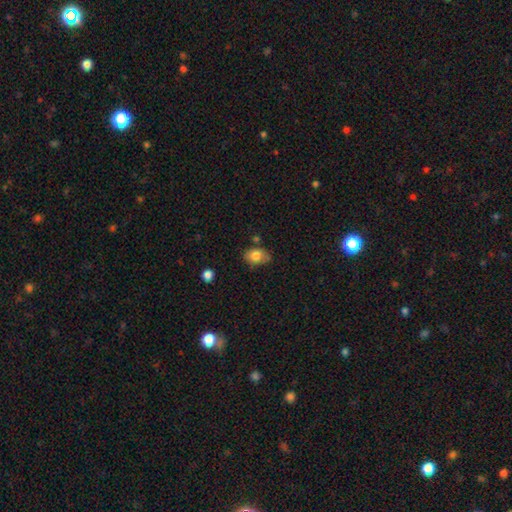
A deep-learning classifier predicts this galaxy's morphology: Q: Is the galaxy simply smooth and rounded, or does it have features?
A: smooth — 81%.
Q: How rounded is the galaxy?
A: in between — 72%.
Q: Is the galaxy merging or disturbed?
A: none — 67%.